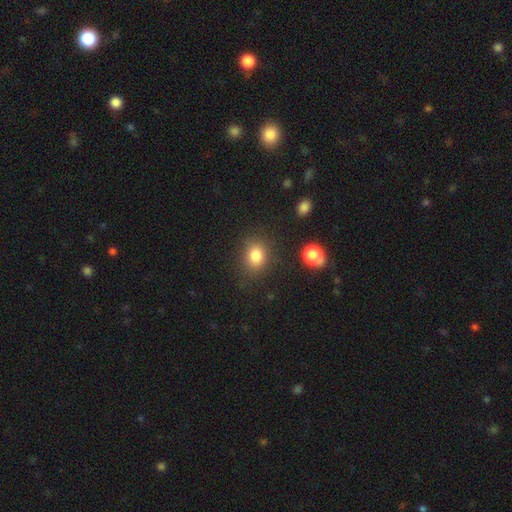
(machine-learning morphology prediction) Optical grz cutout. It shows a smooth galaxy with no disk features (83%) that is round (53%). Merging: none (81%).